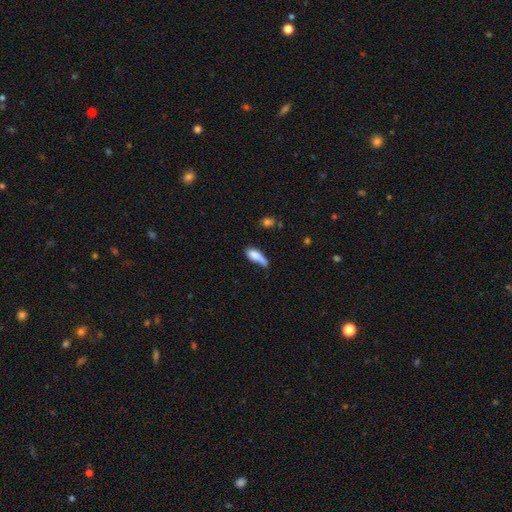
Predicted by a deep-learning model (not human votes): Smooth or featured? smooth (75%)
How rounded? in between (63%)
Merging? none (31%, tied with minor disturbance)